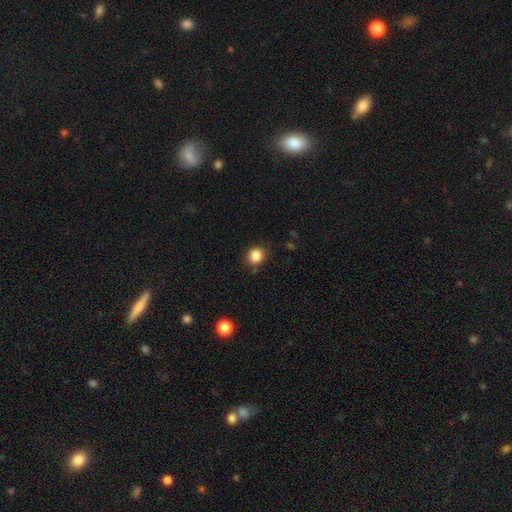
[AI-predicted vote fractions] Morphology: type=smooth (85%); roundness=round (83%); merging=none (85%).